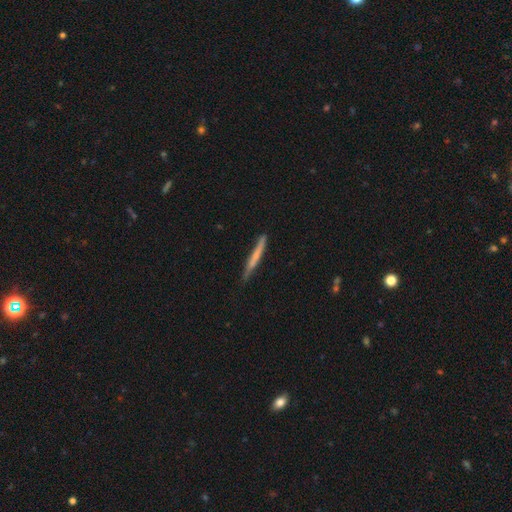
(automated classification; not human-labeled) Morphology: type=smooth (56%); roundness=cigar-shaped (96%); merging=none (79%).